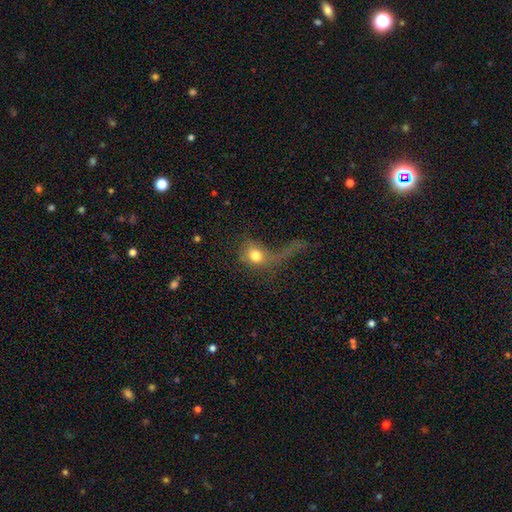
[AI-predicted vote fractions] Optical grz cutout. It shows a smooth galaxy with no disk features (71%) that is round (57%). Merging: major disturbance (57%).